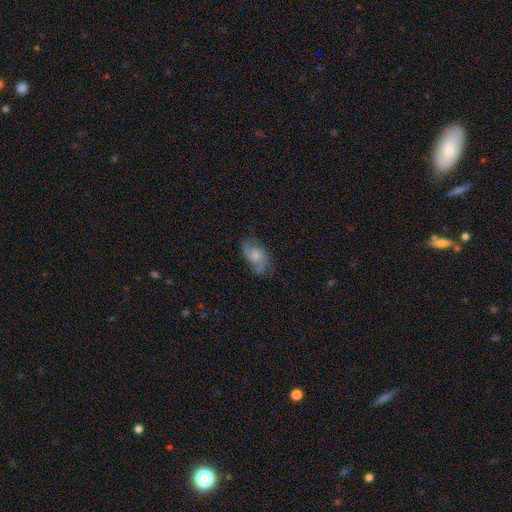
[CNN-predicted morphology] A featured or disk galaxy (51%).

Vote fractions:
- Smooth or featured? featured or disk: 51% / smooth: 41% / star or artifact: 8%
- Edge-on disk? no: 95% / yes: 5%
- Merging? none: 60% / minor disturbance: 26% / major disturbance: 12% / merger: 2%